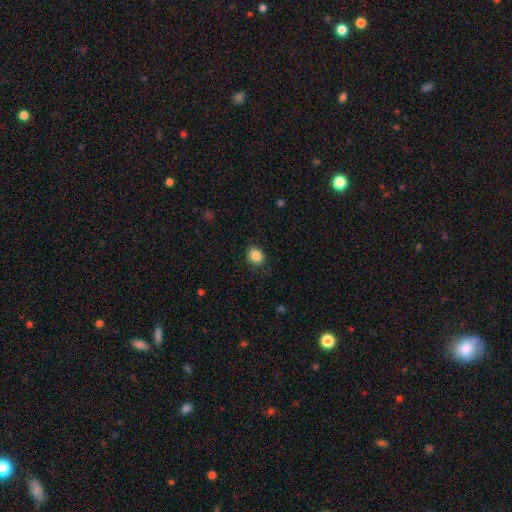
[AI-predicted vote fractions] Smooth or featured: smooth — 85% (star or artifact — 9%)
How rounded: round — 53% (in between — 46%)
Merging: none — 80% (minor disturbance — 15%)